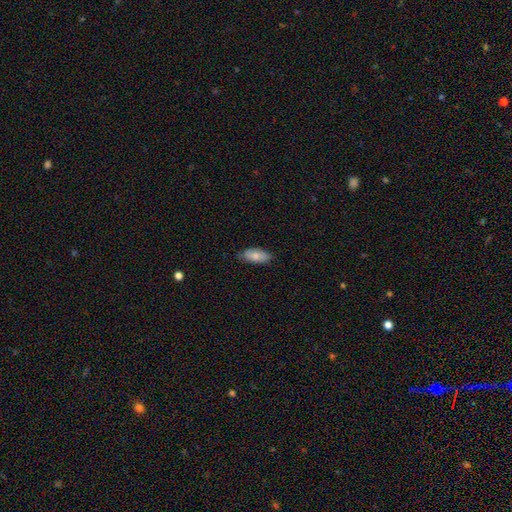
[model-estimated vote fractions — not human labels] A smooth galaxy with no disk features (79%) that is in between round and cigar-shaped (88%).

Vote fractions:
- Smooth or featured? smooth: 79% / featured or disk: 15% / star or artifact: 6%
- How rounded? in between: 88% / cigar-shaped: 10% / round: 2%
- Merging? none: 81% / minor disturbance: 16% / major disturbance: 2% / merger: 1%